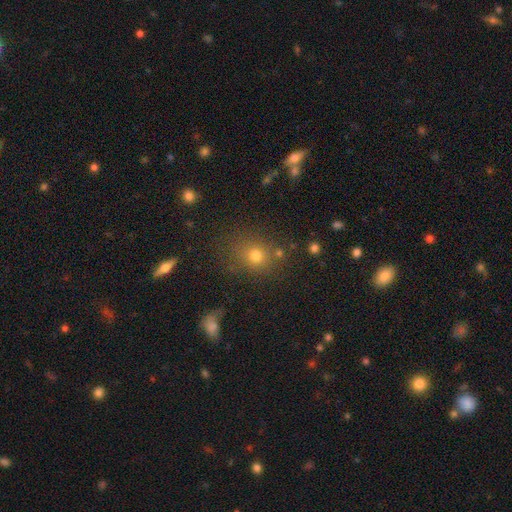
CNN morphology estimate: smooth-or-featured: smooth: 74% | star or artifact: 17% | featured or disk: 9%
  how-rounded: round: 72% | in between: 27% | cigar-shaped: 1%
  merging: none: 75% | minor disturbance: 13% | merger: 7% | major disturbance: 6%